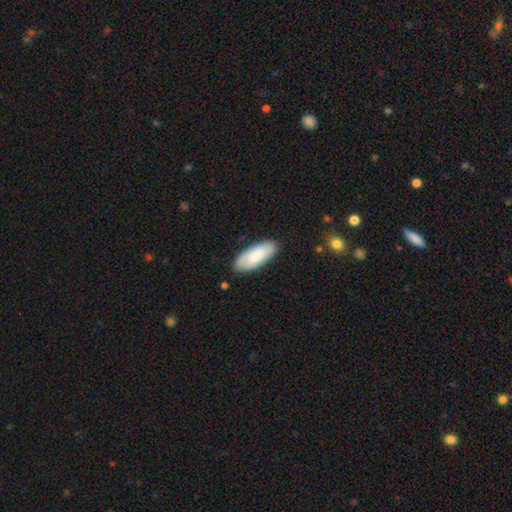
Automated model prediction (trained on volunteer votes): Smooth or featured? Predicted: smooth (p=0.79). How rounded? Predicted: in between (p=0.82). Merging? Predicted: none (p=0.85).